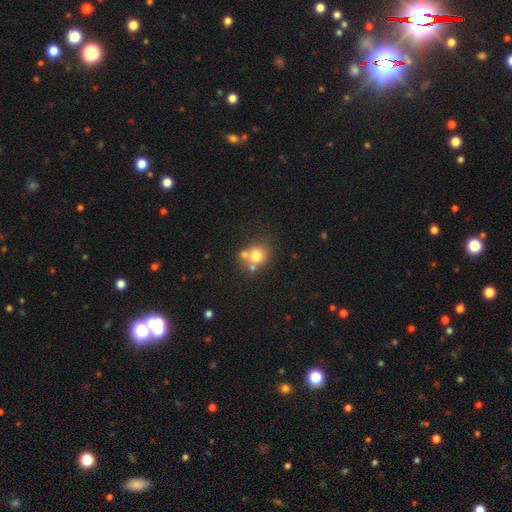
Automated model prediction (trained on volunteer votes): Q: Smooth or featured?
A: smooth (73%); runner-up: featured or disk (15%)
Q: How rounded?
A: round (79%); runner-up: in between (20%)
Q: Merging?
A: none (49%); runner-up: merger (37%)